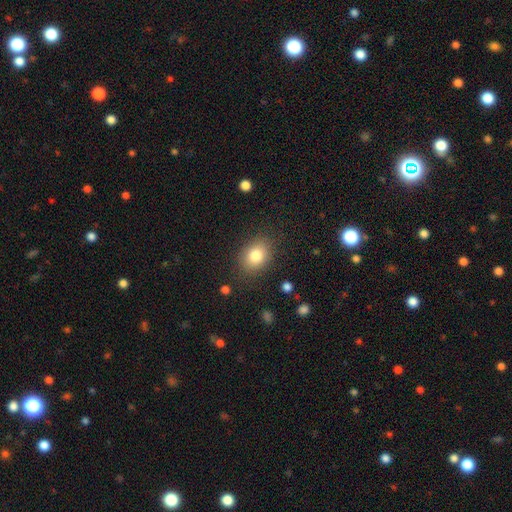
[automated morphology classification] This appears to be a smooth galaxy with no disk features (80%) that is in between round and cigar-shaped (62%). Merging: none (84%).